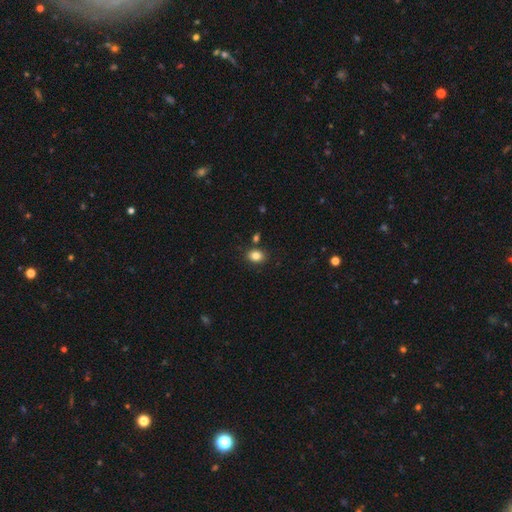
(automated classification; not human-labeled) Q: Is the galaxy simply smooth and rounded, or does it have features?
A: smooth — 84%.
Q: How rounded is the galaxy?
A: in between — 60%.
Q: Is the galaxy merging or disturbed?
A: none — 82%.